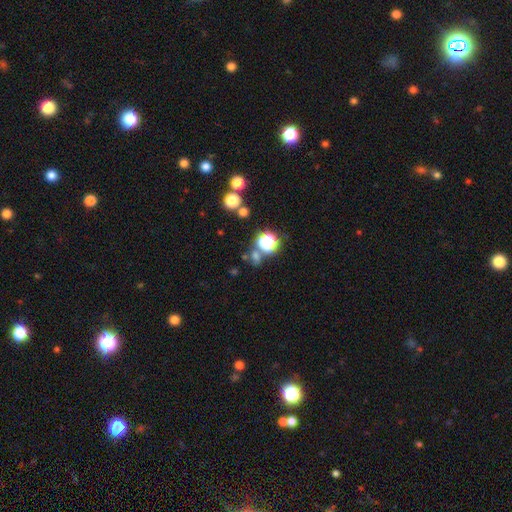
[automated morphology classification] This appears to be a smooth galaxy with no disk features (52%) that is round (76%). Merging: none (64%).